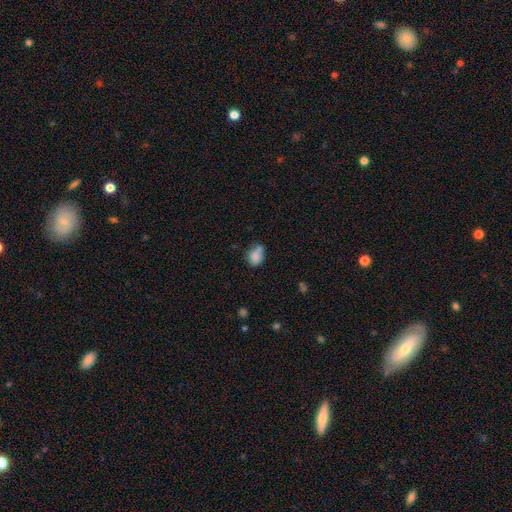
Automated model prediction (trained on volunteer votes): This is likely a smooth galaxy (79%). How rounded: possibly in between (55%). Merging: marginally none (43%).